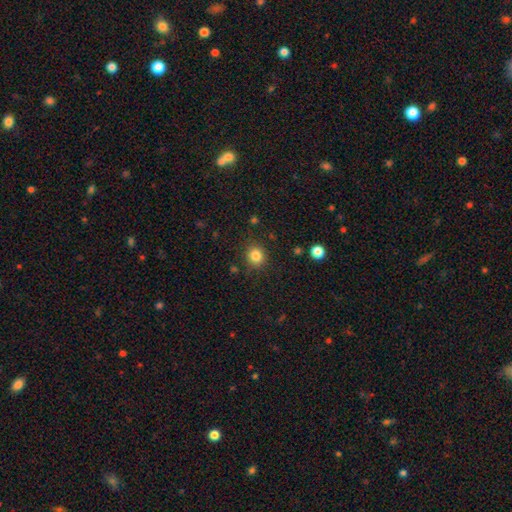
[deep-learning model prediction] This appears to be a smooth galaxy with no disk features (83%) that is round (84%). Merging: none (86%).